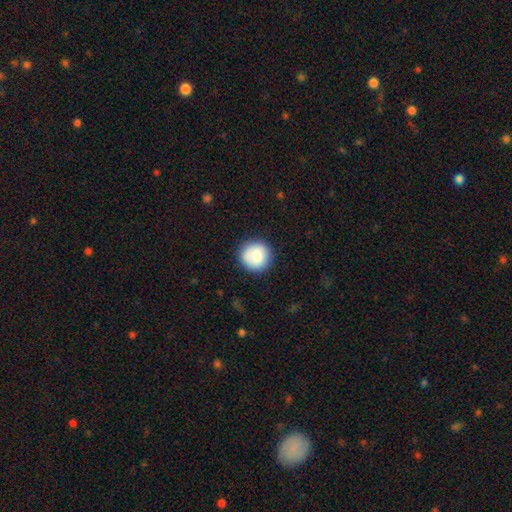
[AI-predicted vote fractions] Smooth or featured? smooth (84%)
How rounded? round (93%)
Merging? none (86%)